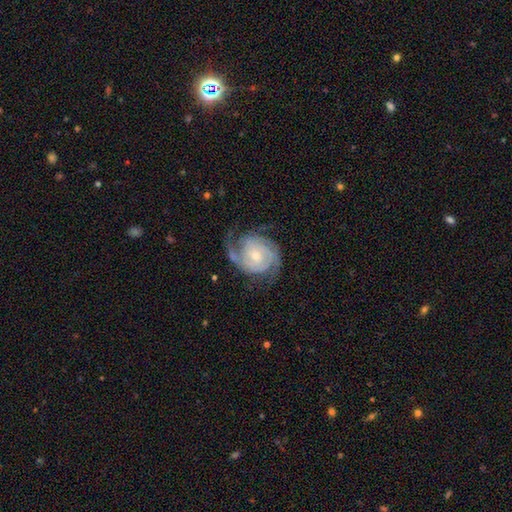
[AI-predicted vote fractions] featured or disk 90%, smooth 6%, star or artifact 5%. Down the decision tree: edge-on disk — no (98%); bar — no (67%); spiral arms — yes (98%); spiral arm count — 2 (49%); spiral winding — tight (63%); bulge size — small (62%); merging — none (70%).